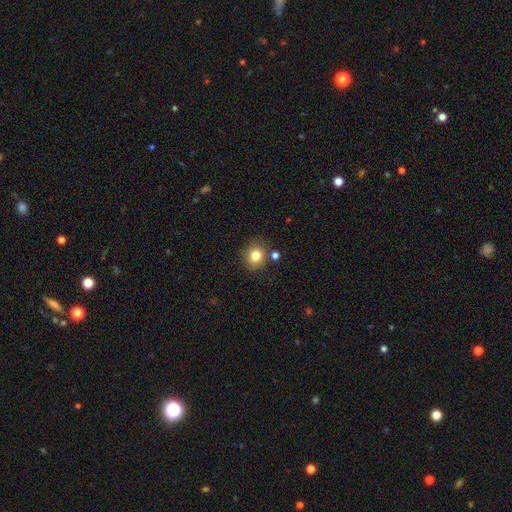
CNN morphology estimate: smooth-or-featured: smooth: 80% | star or artifact: 12% | featured or disk: 8%
  how-rounded: round: 83% | in between: 16% | cigar-shaped: 1%
  merging: none: 81% | minor disturbance: 10% | merger: 7% | major disturbance: 3%